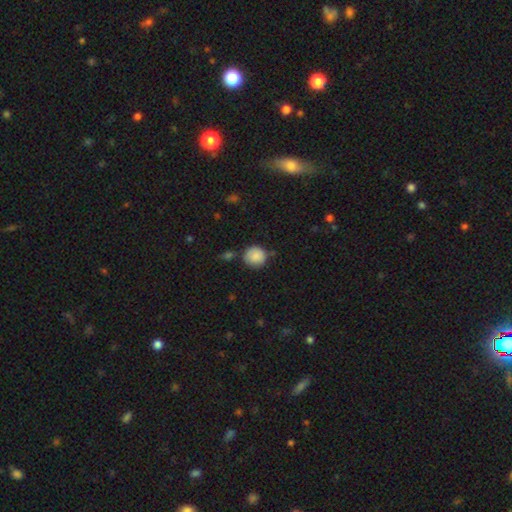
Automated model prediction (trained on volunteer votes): This appears to be a smooth galaxy with no disk features (86%) that is round (90%). Merging: none (73%).